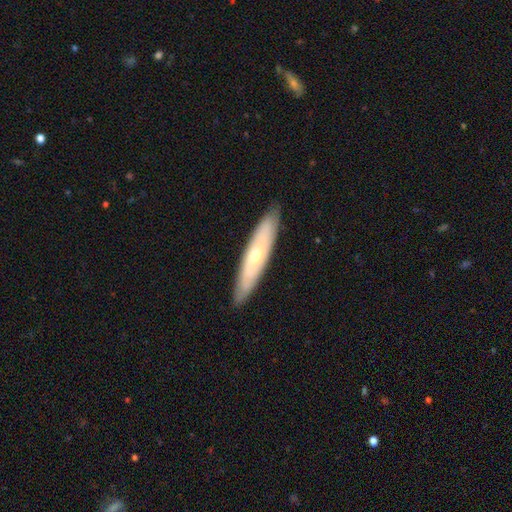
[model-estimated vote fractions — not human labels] Q: Smooth or featured?
A: featured or disk (55%); runner-up: smooth (40%)
Q: Edge-on disk?
A: yes (56%); runner-up: no (44%)
Q: Merging?
A: none (87%); runner-up: minor disturbance (10%)